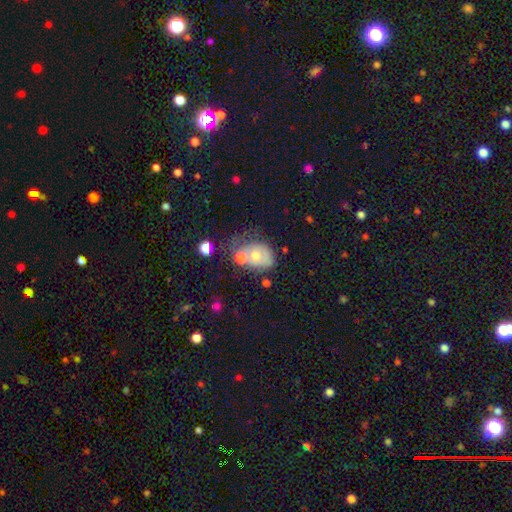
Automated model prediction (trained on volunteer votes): Overall: smooth (54%; featured or disk 35%). How rounded: in between (60%; round 39%). Merging: merger (39%; none 25%).